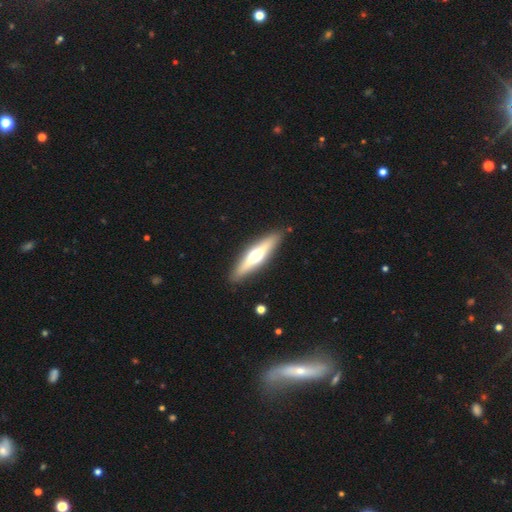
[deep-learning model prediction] Smooth or featured: featured or disk — 58% (smooth — 37%)
Edge-on disk: yes — 93% (no — 7%)
Edge-on bulge: rounded — 92% (none — 4%)
Merging: none — 89% (minor disturbance — 8%)